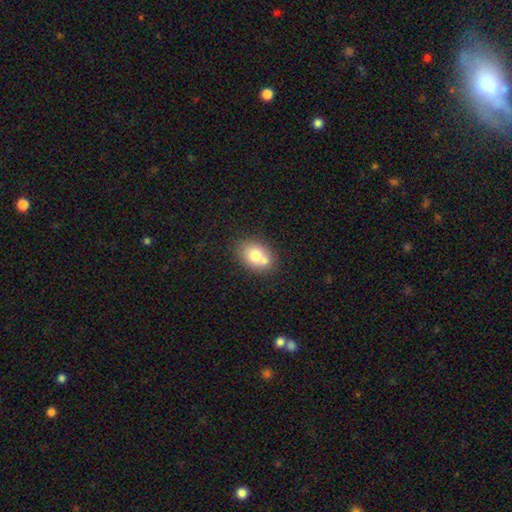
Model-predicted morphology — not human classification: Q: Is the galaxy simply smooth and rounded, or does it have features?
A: smooth — 72%.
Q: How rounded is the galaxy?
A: in between — 66%.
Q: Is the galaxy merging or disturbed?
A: none — 52%.